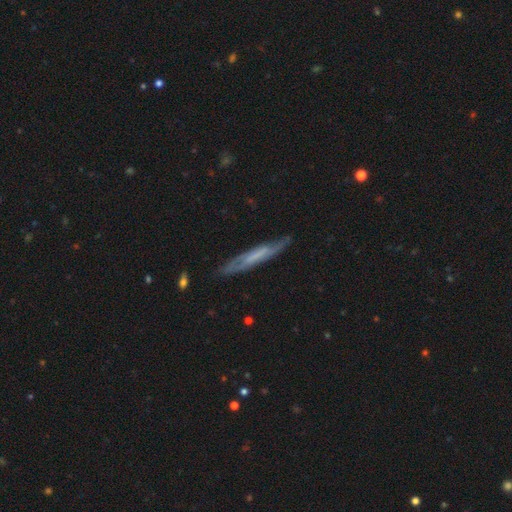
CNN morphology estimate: Smooth or featured? Predicted: featured or disk (p=0.57). Edge-on disk? Predicted: yes (p=0.70). Merging? Predicted: none (p=0.76).